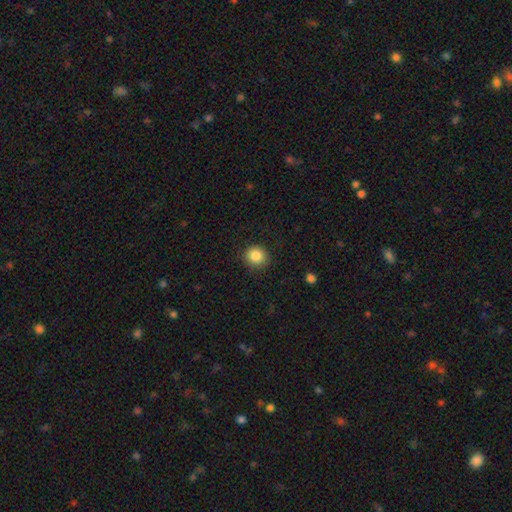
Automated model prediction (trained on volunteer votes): Smooth or featured?
  - smooth: 85% *
  - star or artifact: 10%
  - featured or disk: 5%
How rounded?
  - round: 86% *
  - in between: 13%
  - cigar-shaped: 1%
Merging?
  - none: 89% *
  - minor disturbance: 8%
  - major disturbance: 2%
  - merger: 1%